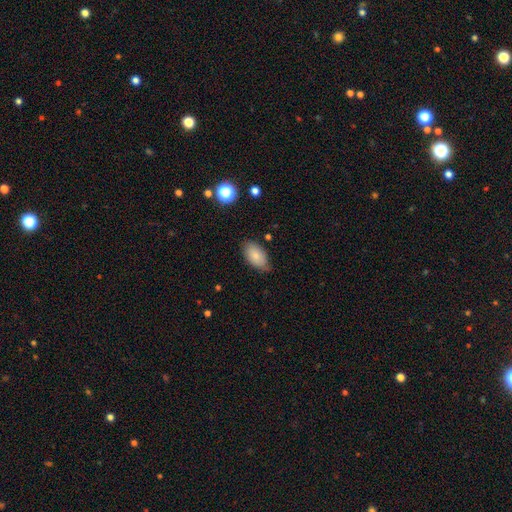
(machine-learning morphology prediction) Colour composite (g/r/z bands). It shows a smooth galaxy with no disk features (83%) that is in between round and cigar-shaped (93%). Merging: none (75%).